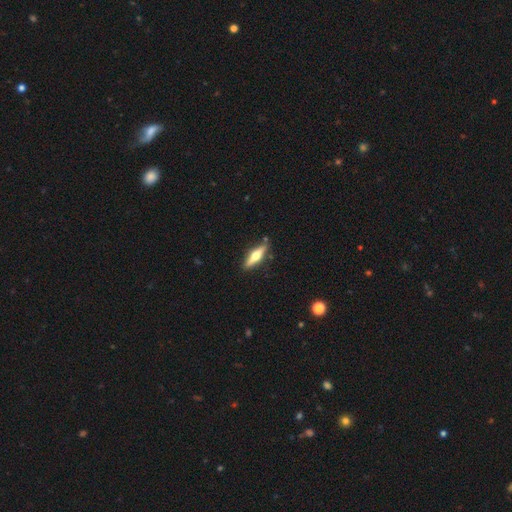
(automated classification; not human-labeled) smooth_or_featured: featured or disk (p=0.55) [alt: smooth p=0.40]
disk_edge_on: yes (p=0.93) [alt: no p=0.07]
edge_on_bulge: rounded (p=0.94) [alt: boxy p=0.04]
merging: none (p=0.85) [alt: minor disturbance p=0.11]